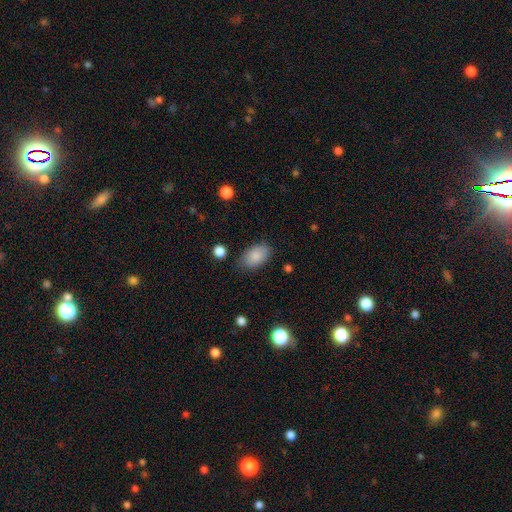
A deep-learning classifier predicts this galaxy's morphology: smooth_or_featured: smooth (p=0.87) [alt: star or artifact p=0.07]
how_rounded: in between (p=0.92) [alt: round p=0.07]
merging: none (p=0.78) [alt: minor disturbance p=0.16]